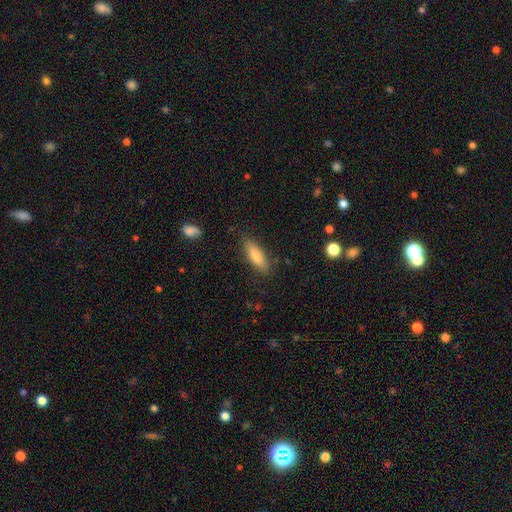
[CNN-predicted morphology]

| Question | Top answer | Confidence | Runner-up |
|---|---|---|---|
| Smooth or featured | smooth | 79% | featured or disk (15%) |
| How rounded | cigar-shaped | 49% | tied: in between (49%) |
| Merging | none | 84% | minor disturbance (12%) |